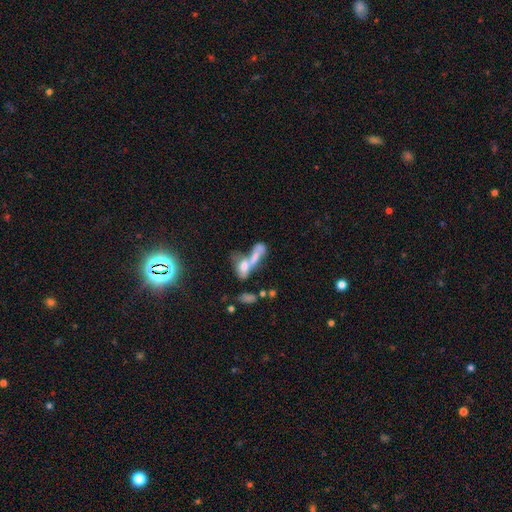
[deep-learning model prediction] A smooth galaxy with no disk features (56%) that is in between round and cigar-shaped (63%). Merging: merger (69%).